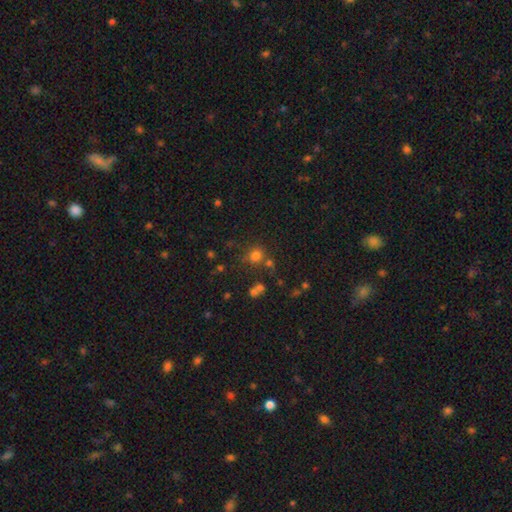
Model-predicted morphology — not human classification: Q: Smooth or featured?
A: smooth (73%); runner-up: star or artifact (19%)
Q: How rounded?
A: round (83%); runner-up: in between (16%)
Q: Merging?
A: none (68%); runner-up: merger (15%)